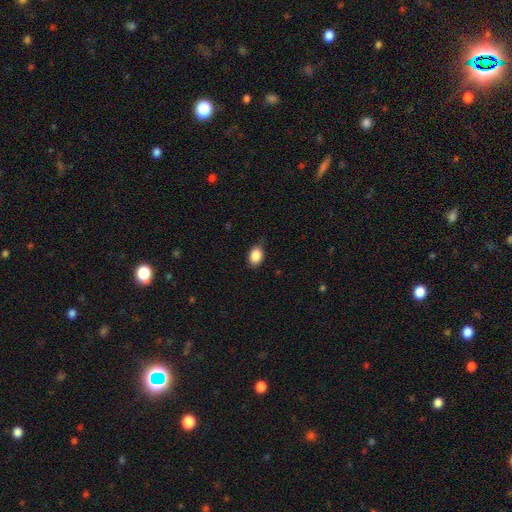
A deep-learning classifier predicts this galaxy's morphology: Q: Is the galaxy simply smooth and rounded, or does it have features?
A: smooth — 88%.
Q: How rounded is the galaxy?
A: in between — 80%.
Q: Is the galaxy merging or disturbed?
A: none — 80%.